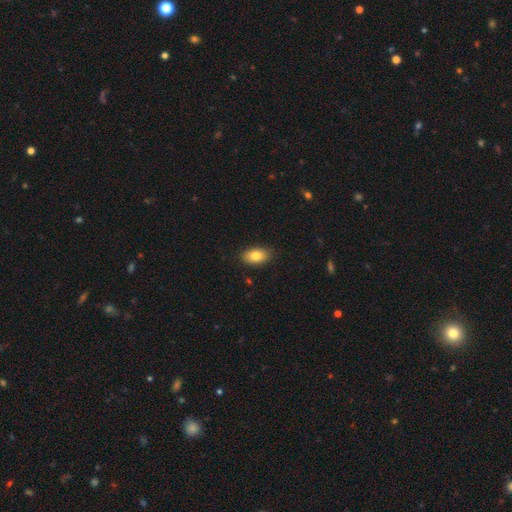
A smooth galaxy with no disk features (92%) that is in between round and cigar-shaped (94%). Merging: none (82%).